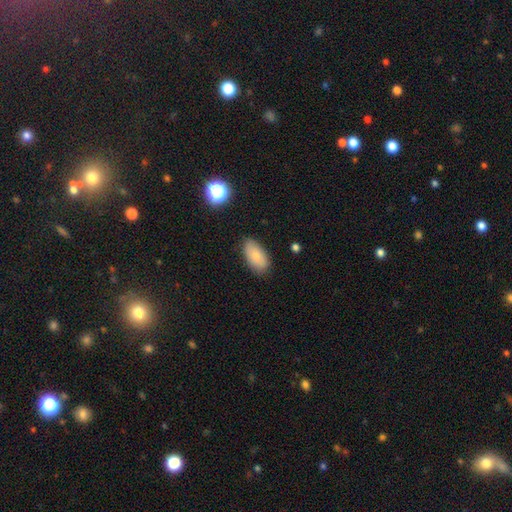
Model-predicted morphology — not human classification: Smooth or featured? Predicted: smooth (p=0.79). How rounded? Predicted: in between (p=0.93). Merging? Predicted: none (p=0.80).